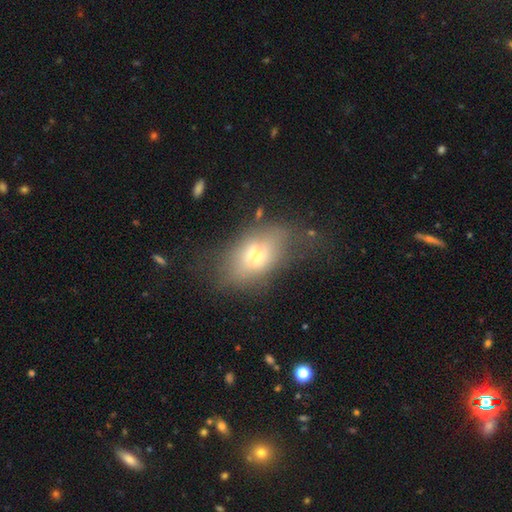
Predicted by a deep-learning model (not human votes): smooth_or_featured: smooth (p=0.56) [alt: featured or disk p=0.32]
how_rounded: in between (p=0.84) [alt: round p=0.11]
merging: none (p=0.50) [alt: minor disturbance p=0.25]